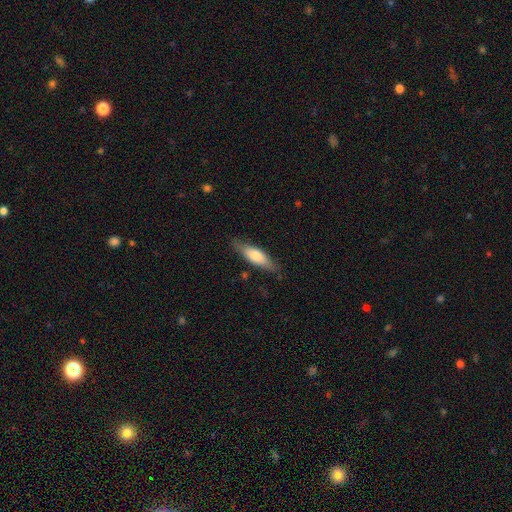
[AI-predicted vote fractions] Morphology: type=smooth (68%); roundness=cigar-shaped (54%); merging=none (81%).